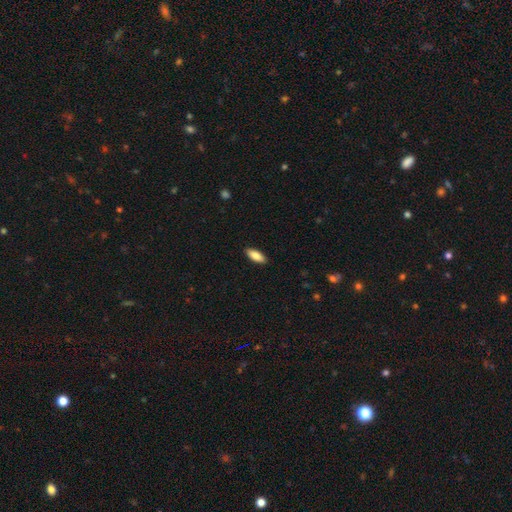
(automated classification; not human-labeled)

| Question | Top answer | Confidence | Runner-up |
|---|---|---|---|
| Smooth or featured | smooth | 86% | featured or disk (8%) |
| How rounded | in between | 78% | cigar-shaped (20%) |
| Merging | none | 90% | minor disturbance (8%) |